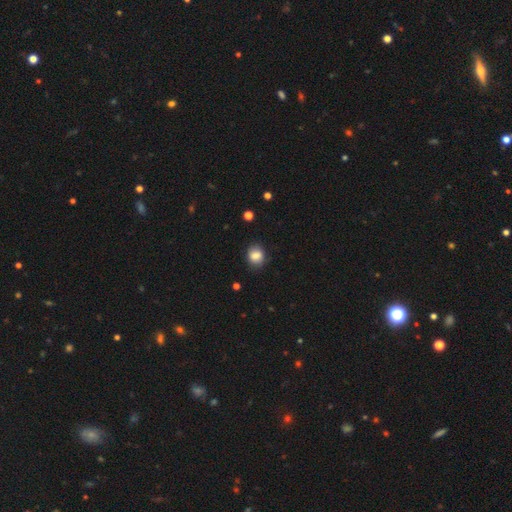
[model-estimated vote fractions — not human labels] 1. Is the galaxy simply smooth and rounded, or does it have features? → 81% smooth, 10% featured or disk, 9% star or artifact.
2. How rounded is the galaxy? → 57% round, 42% in between, 1% cigar-shaped.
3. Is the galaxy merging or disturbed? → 77% none, 17% minor disturbance, 4% major disturbance, 2% merger.